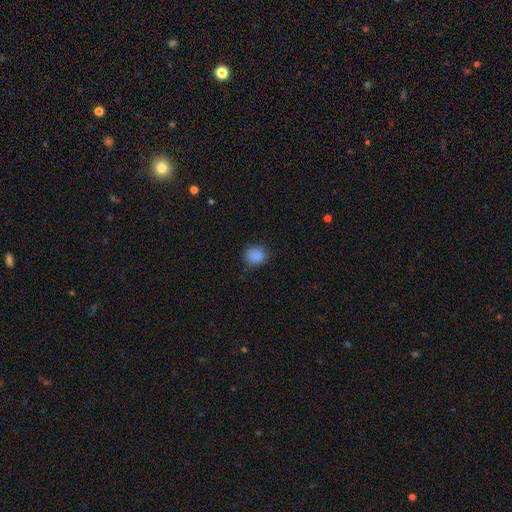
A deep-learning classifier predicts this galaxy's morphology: smooth-or-featured: smooth: 88% | star or artifact: 9% | featured or disk: 3%
  how-rounded: round: 66% | in between: 33% | cigar-shaped: 1%
  merging: none: 82% | minor disturbance: 14% | major disturbance: 3% | merger: 1%